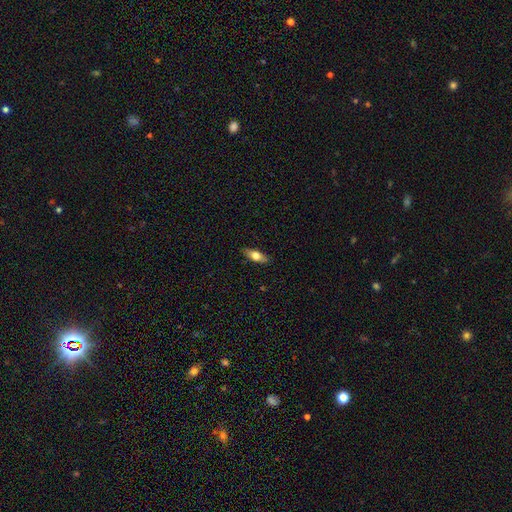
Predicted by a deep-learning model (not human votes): A smooth galaxy with no disk features (62%) that is in between round and cigar-shaped (65%). Merging: none (87%).